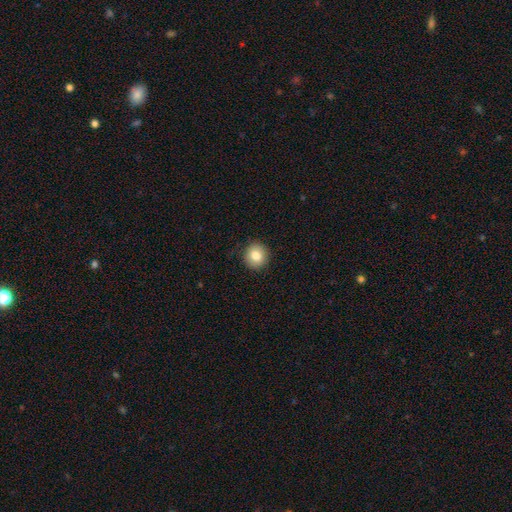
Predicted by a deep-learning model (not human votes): Smooth or featured: smooth — 81% (featured or disk — 9%)
How rounded: round — 89% (in between — 10%)
Merging: none — 91% (minor disturbance — 7%)